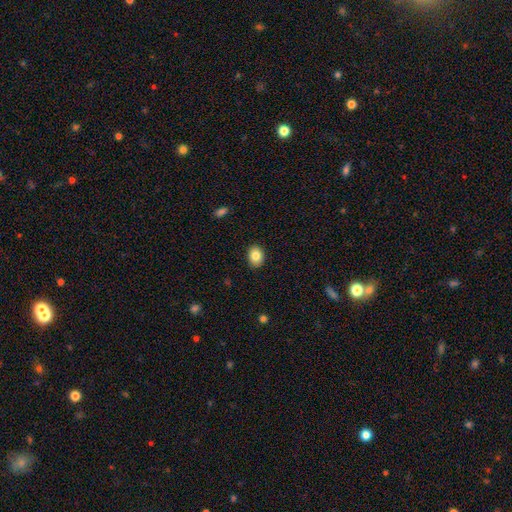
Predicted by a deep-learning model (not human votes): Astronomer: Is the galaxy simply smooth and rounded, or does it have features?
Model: smooth — 84%.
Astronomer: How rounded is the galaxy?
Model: in between — 57% (runner-up: round, 42%).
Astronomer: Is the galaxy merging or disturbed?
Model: none — 89%.